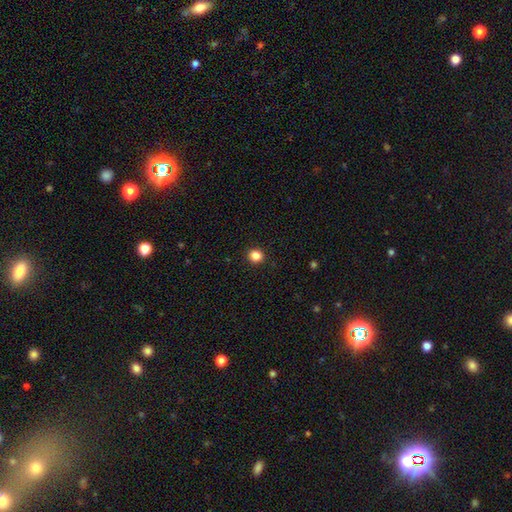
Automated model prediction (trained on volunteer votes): Smooth or featured? smooth (85%)
How rounded? round (88%)
Merging? none (93%)